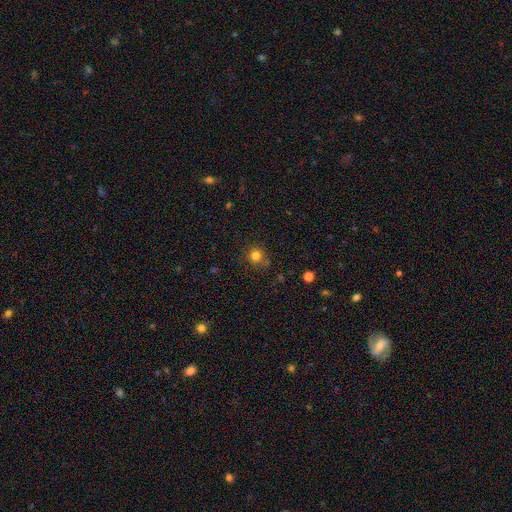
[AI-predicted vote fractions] Overall: smooth (80%). How rounded: round (92%). Merging: none (82%).